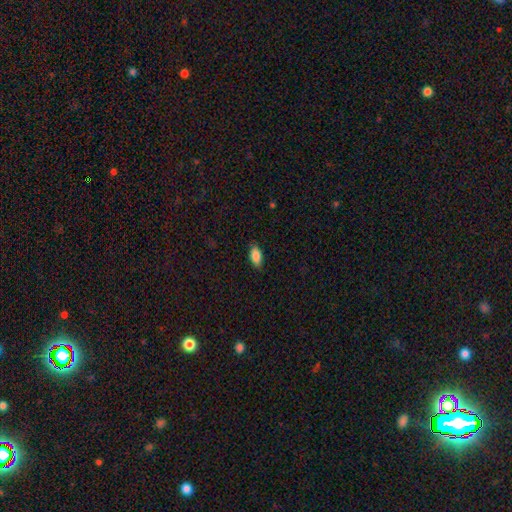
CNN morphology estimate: smooth 86%, star or artifact 7%, featured or disk 7%. Down the decision tree: how rounded — in between (89%); merging — none (85%).